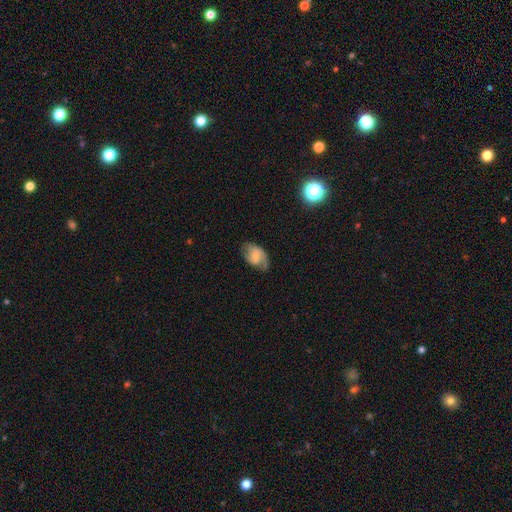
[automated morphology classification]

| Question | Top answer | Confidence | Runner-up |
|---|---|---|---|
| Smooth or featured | featured or disk | 52% | smooth (40%) |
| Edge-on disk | no | 96% | yes (4%) |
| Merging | none | 63% | minor disturbance (26%) |